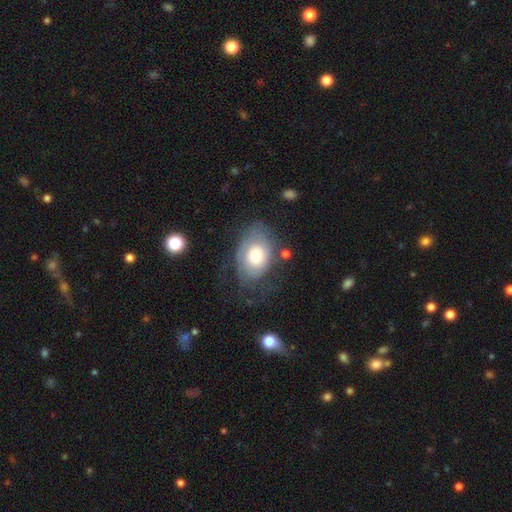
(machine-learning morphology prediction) A featured or disk galaxy (49%). Merging: none (54%).